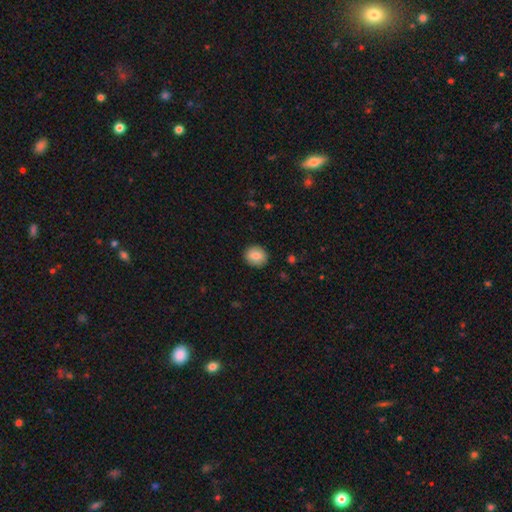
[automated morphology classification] type=smooth (83%); roundness=round (78%); merging=none (90%).